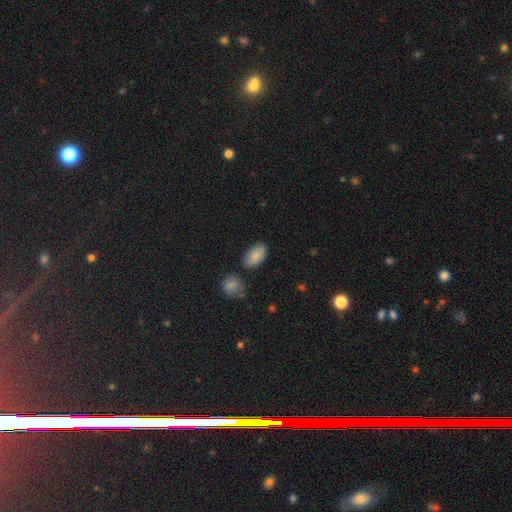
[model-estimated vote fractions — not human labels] A smooth galaxy with no disk features (87%) that is in between round and cigar-shaped (94%).

Vote fractions:
- Smooth or featured? smooth: 87% / star or artifact: 7% / featured or disk: 6%
- How rounded? in between: 94% / round: 4% / cigar-shaped: 2%
- Merging? none: 76% / minor disturbance: 15% / merger: 5% / major disturbance: 3%